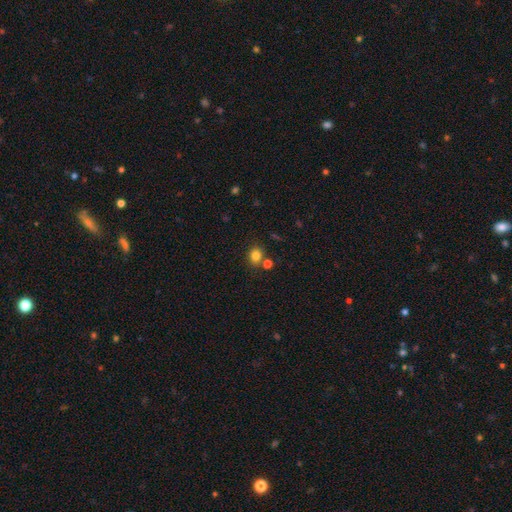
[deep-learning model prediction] Smooth or featured? Predicted: smooth (p=0.81). How rounded? Predicted: round (p=0.64). Merging? Predicted: none (p=0.72).